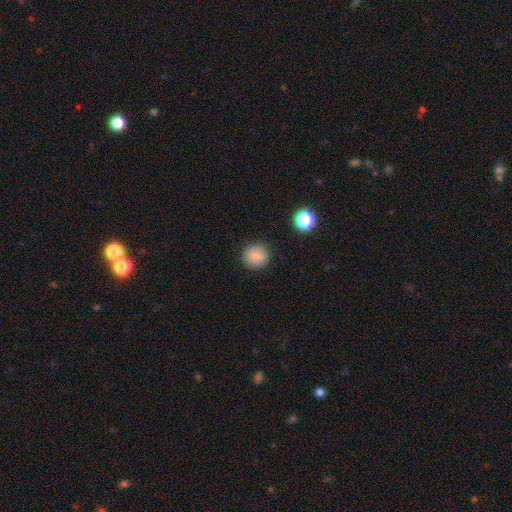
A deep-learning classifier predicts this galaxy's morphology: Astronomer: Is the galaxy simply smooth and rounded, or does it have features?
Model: smooth — 84%.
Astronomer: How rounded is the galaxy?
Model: round — 93%.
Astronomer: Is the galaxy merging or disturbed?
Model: none — 90%.